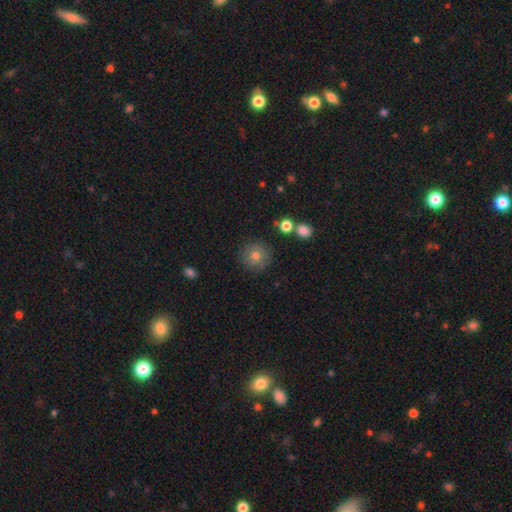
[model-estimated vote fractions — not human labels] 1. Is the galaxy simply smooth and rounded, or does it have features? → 77% smooth, 12% star or artifact, 11% featured or disk.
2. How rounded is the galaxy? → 94% round, 5% in between, 1% cigar-shaped.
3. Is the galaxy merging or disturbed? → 88% none, 7% minor disturbance, 3% merger, 2% major disturbance.